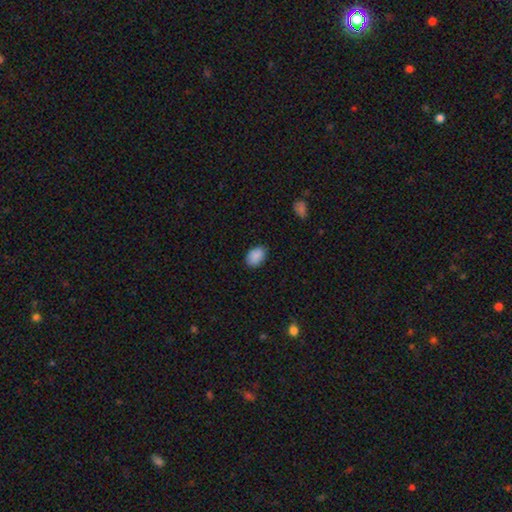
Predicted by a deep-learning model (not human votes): This is clearly a smooth galaxy (89%). How rounded: clearly in between (85%). Merging: clearly none (83%).